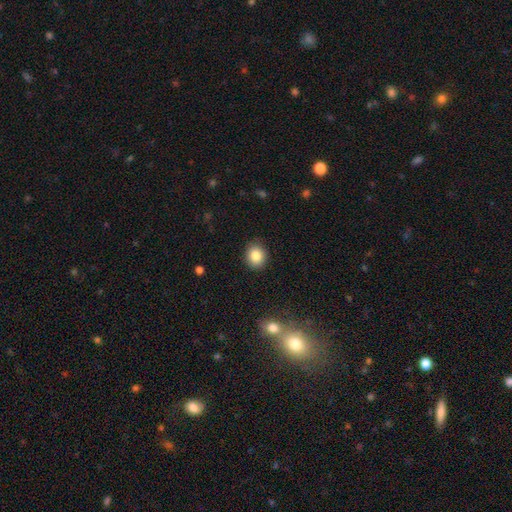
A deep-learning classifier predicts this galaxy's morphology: Q: Smooth or featured?
A: smooth (85%); runner-up: star or artifact (9%)
Q: How rounded?
A: round (72%); runner-up: in between (27%)
Q: Merging?
A: none (90%); runner-up: minor disturbance (7%)